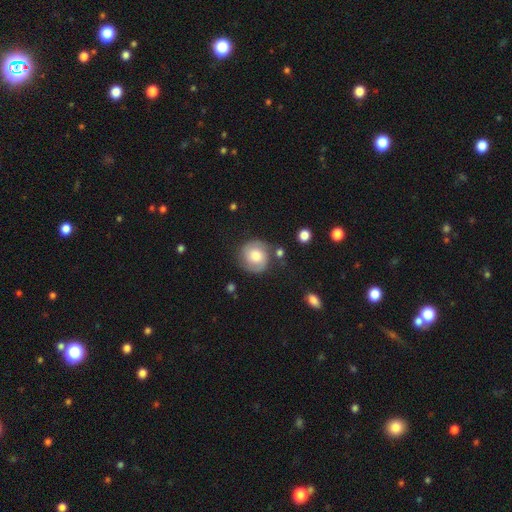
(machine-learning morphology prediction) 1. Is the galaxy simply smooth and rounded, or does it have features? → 49% featured or disk, 43% smooth, 8% star or artifact.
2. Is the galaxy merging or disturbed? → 75% none, 15% minor disturbance, 6% major disturbance, 4% merger.